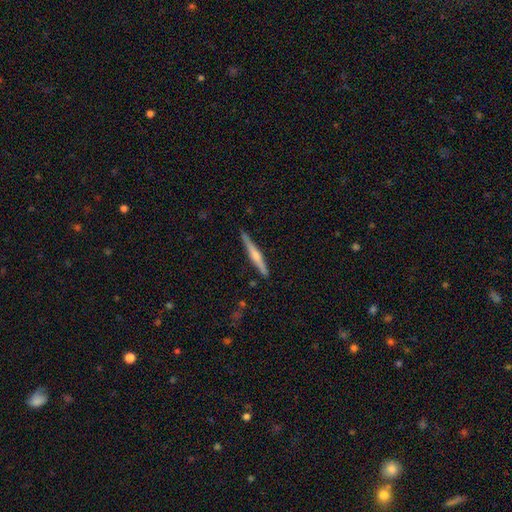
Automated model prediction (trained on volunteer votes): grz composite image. It shows a featured or disk galaxy (59%) viewed edge-on (98%) with a rounded central bulge (74%). Merging: none (88%).